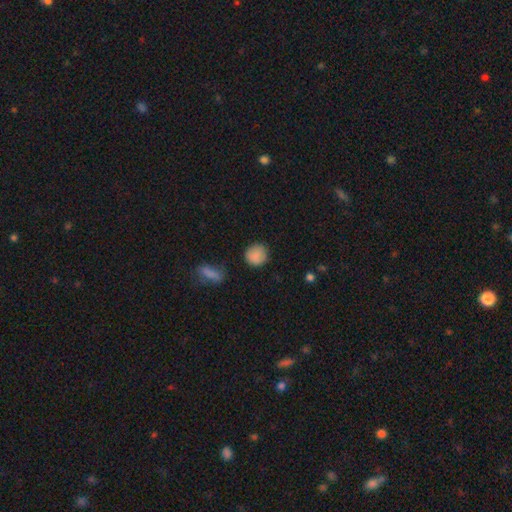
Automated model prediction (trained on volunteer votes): This appears to be a smooth galaxy with no disk features (86%) that is round (88%). Merging: none (79%).